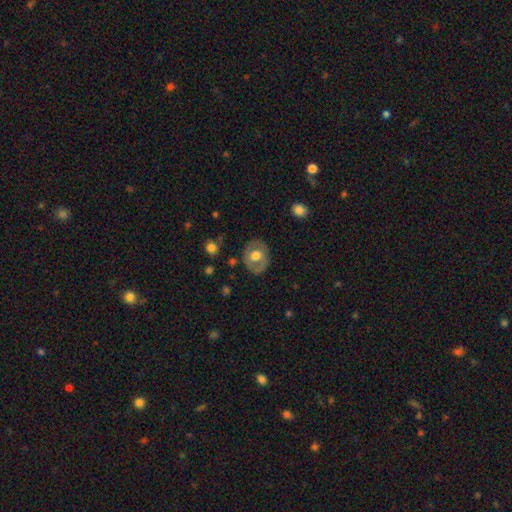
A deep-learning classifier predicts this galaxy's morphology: This is possibly a smooth galaxy (50%). How rounded: possibly round (60%). Merging: likely none (79%).